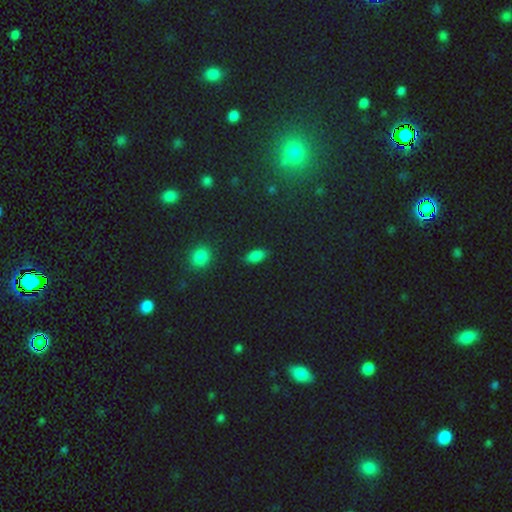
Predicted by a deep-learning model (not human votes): smooth_or_featured: smooth (p=0.79) [alt: star or artifact p=0.16]
how_rounded: in between (p=0.90) [alt: cigar-shaped p=0.05]
merging: none (p=0.86) [alt: minor disturbance p=0.10]